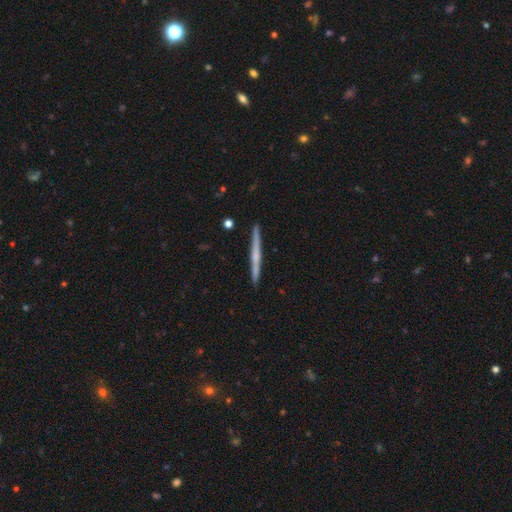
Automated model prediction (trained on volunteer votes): smooth_or_featured: featured or disk (p=0.61) [alt: smooth p=0.33]
disk_edge_on: yes (p=0.98) [alt: no p=0.02]
edge_on_bulge: none (p=0.53) [alt: rounded p=0.40]
merging: none (p=0.92) [alt: minor disturbance p=0.06]